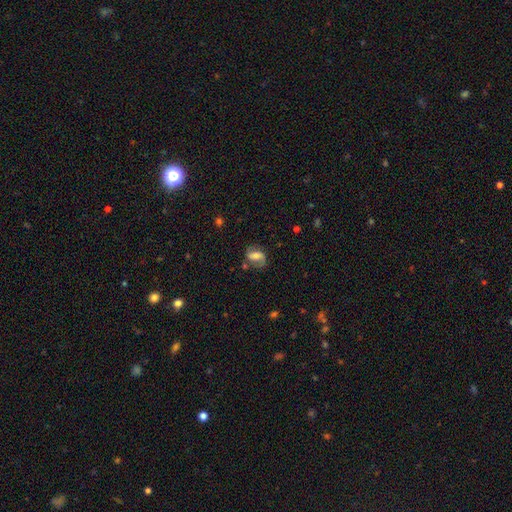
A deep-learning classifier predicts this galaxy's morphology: Smooth or featured? featured or disk (63%)
Edge-on disk? no (96%)
Bar? weak (40%)
Spiral arms? yes (87%)
Spiral winding? medium (42%)
Spiral arm count? 2 (83%)
Bulge size? moderate (45%)
Merging? none (66%)